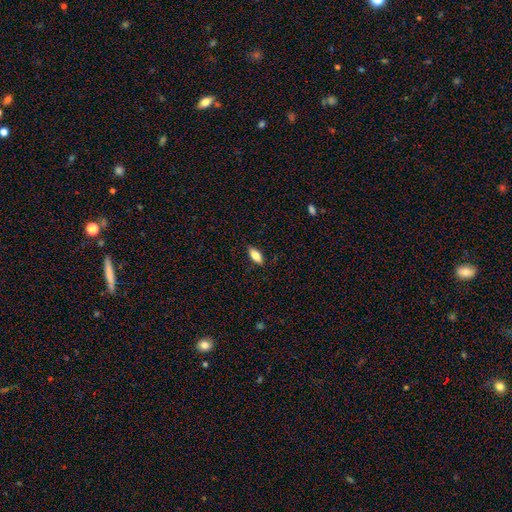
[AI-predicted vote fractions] Smooth or featured?
  - smooth: 78% *
  - featured or disk: 15%
  - star or artifact: 7%
How rounded?
  - in between: 81% *
  - cigar-shaped: 17%
  - round: 3%
Merging?
  - none: 88% *
  - minor disturbance: 9%
  - major disturbance: 2%
  - merger: 1%